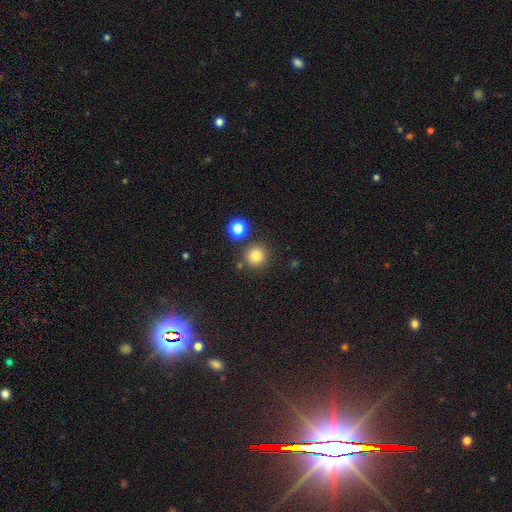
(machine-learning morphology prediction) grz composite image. It shows a smooth galaxy with no disk features (82%) that is round (93%). Merging: none (83%).